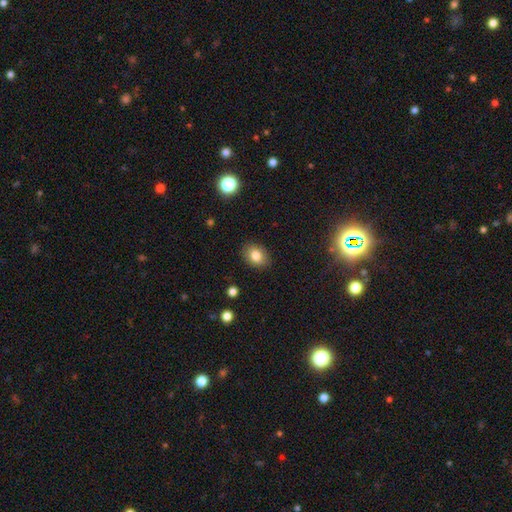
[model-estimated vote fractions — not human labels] Smooth or featured: smooth — 82% (star or artifact — 10%)
How rounded: in between — 69% (round — 30%)
Merging: none — 87% (minor disturbance — 9%)